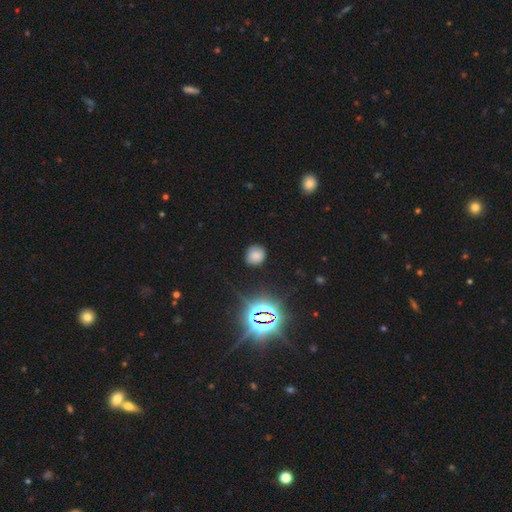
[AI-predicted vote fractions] A smooth galaxy with no disk features (72%) that is round (82%). Merging: none (84%).